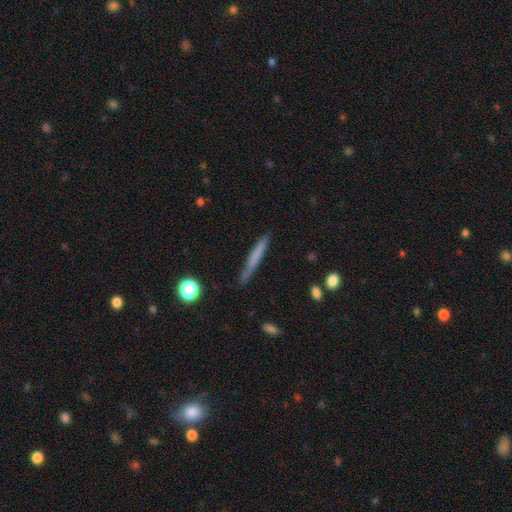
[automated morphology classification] Smooth or featured? smooth (62%)
How rounded? cigar-shaped (96%)
Merging? none (84%)